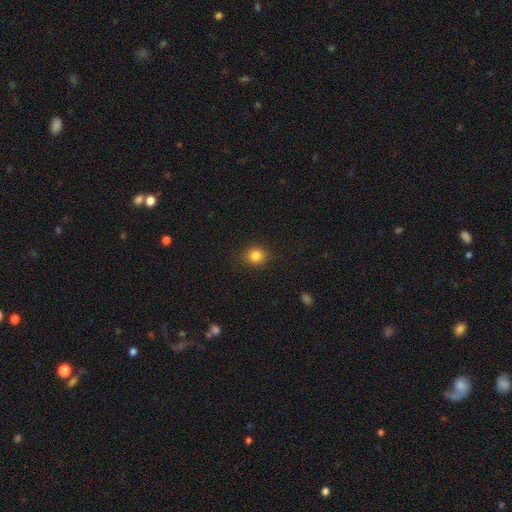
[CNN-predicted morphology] smooth-or-featured: smooth: 83% | star or artifact: 12% | featured or disk: 5%
  how-rounded: round: 79% | in between: 20% | cigar-shaped: 1%
  merging: none: 88% | minor disturbance: 9% | major disturbance: 3% | merger: 1%